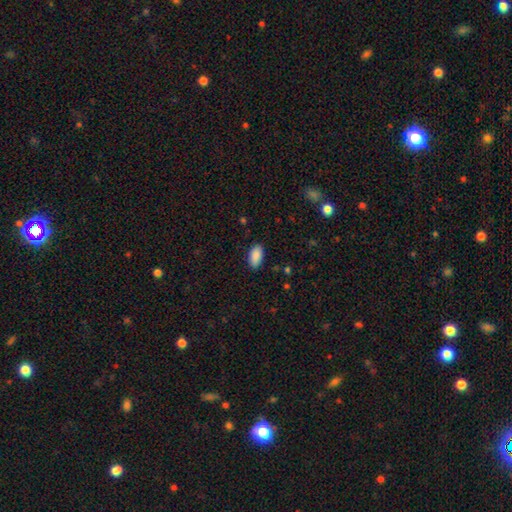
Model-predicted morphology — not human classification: The model was most divided on "merging": none: 87%, minor disturbance: 10%, major disturbance: 2%, merger: 1%. More confident: how rounded — in between (94%); smooth or featured — smooth (90%).